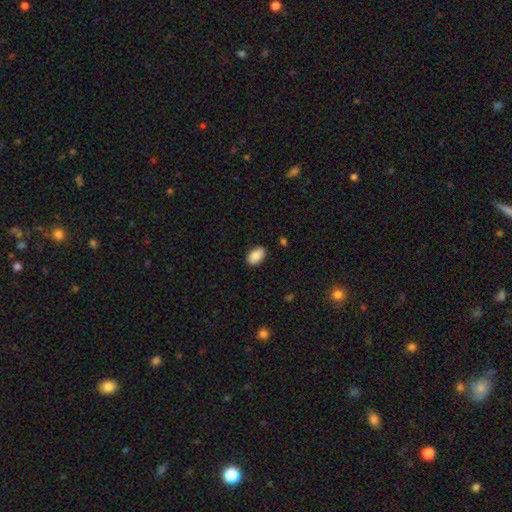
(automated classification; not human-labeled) smooth_or_featured: smooth (p=0.89) [alt: star or artifact p=0.07]
how_rounded: in between (p=0.93) [alt: round p=0.06]
merging: none (p=0.87) [alt: minor disturbance p=0.10]